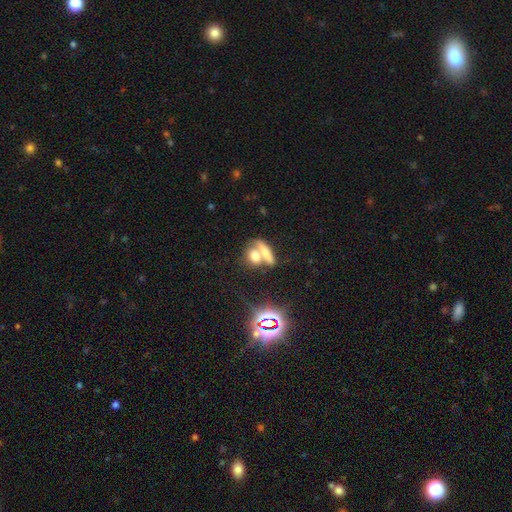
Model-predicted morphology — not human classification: A smooth galaxy with no disk features (64%) that is in between round and cigar-shaped (52%).

Vote fractions:
- Smooth or featured? smooth: 64% / featured or disk: 19% / star or artifact: 17%
- How rounded? in between: 52% / round: 29% / cigar-shaped: 19%
- Merging? merger: 53% / none: 34% / minor disturbance: 8% / major disturbance: 5%